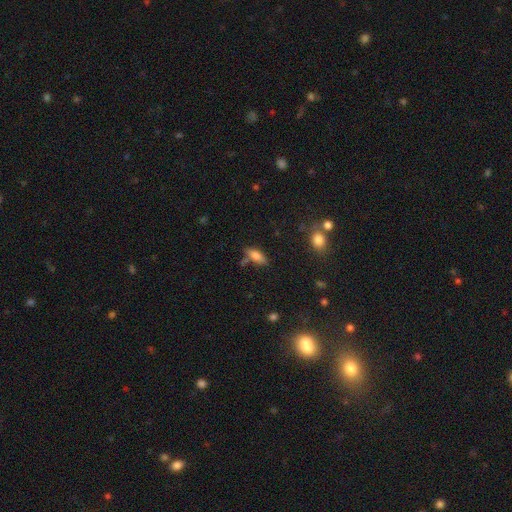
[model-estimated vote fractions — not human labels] Smooth or featured? smooth (77%)
How rounded? in between (75%)
Merging? none (65%)